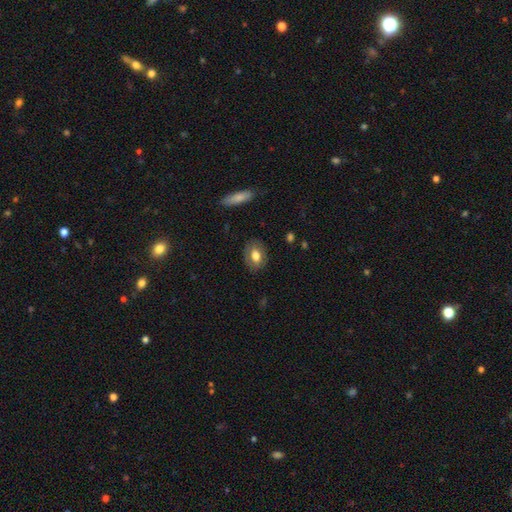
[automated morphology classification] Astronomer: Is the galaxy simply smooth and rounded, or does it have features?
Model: smooth — 69%.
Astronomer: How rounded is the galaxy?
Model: in between — 77%.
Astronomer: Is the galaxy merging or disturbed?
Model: none — 83%.